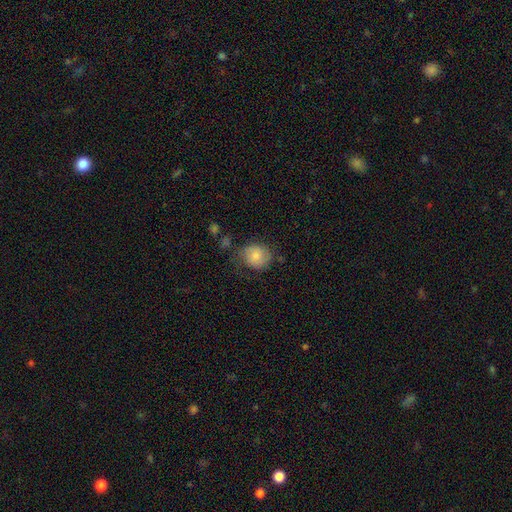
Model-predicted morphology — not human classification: smooth 79%, featured or disk 13%, star or artifact 8%. Down the decision tree: how rounded — round (75%); merging — none (61%).